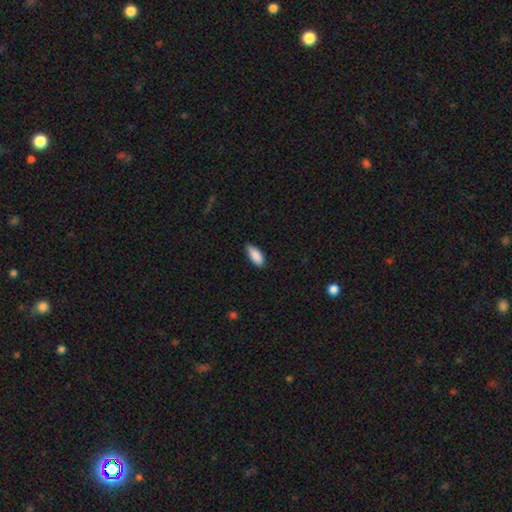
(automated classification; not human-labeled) A smooth galaxy with no disk features (89%) that is in between round and cigar-shaped (85%).

Vote fractions:
- Smooth or featured? smooth: 89% / star or artifact: 6% / featured or disk: 5%
- How rounded? in between: 85% / cigar-shaped: 13% / round: 2%
- Merging? none: 82% / minor disturbance: 15% / major disturbance: 2% / merger: 1%